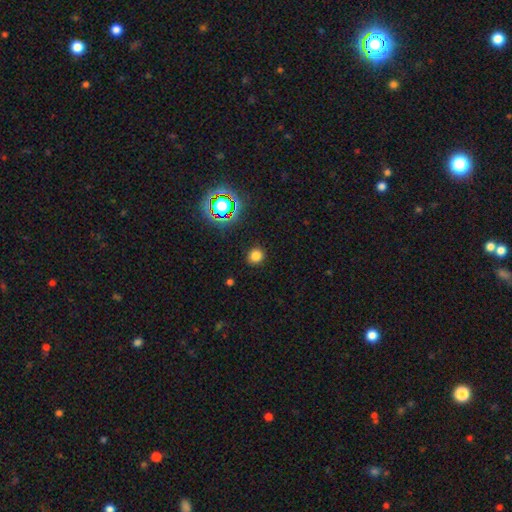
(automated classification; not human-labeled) Smooth or featured? Predicted: smooth (p=0.77). How rounded? Predicted: round (p=0.87). Merging? Predicted: none (p=0.90).